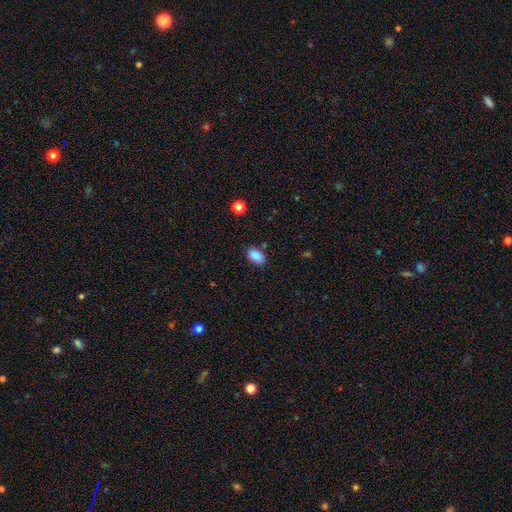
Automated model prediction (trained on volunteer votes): A smooth galaxy with no disk features (87%) that is in between round and cigar-shaped (90%).

Vote fractions:
- Smooth or featured? smooth: 87% / star or artifact: 8% / featured or disk: 5%
- How rounded? in between: 90% / round: 8% / cigar-shaped: 2%
- Merging? none: 84% / minor disturbance: 11% / major disturbance: 2% / merger: 2%